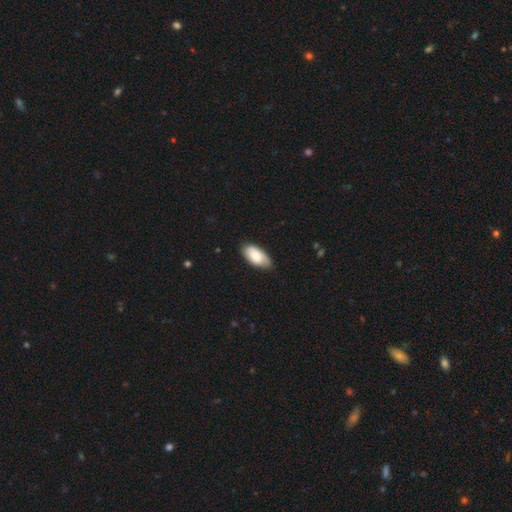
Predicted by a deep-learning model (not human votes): This appears to be a smooth galaxy with no disk features (79%) that is in between round and cigar-shaped (93%). Merging: none (77%).